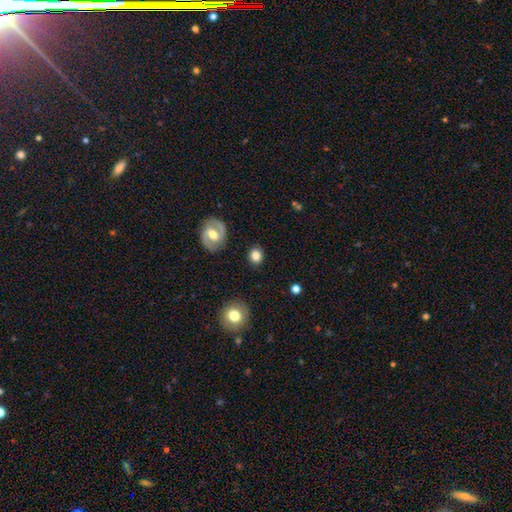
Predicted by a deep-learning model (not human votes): Smooth or featured?
  - smooth: 81% *
  - featured or disk: 10%
  - star or artifact: 9%
How rounded?
  - round: 79% *
  - in between: 19%
  - cigar-shaped: 1%
Merging?
  - none: 88% *
  - minor disturbance: 8%
  - major disturbance: 2%
  - merger: 2%